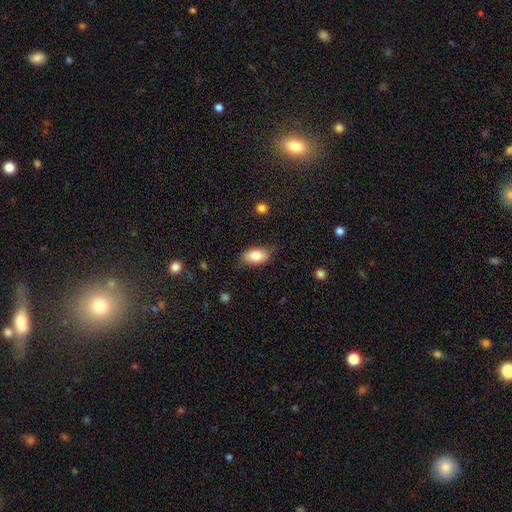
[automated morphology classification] Smooth or featured: smooth — 82% (featured or disk — 11%)
How rounded: in between — 92% (round — 5%)
Merging: none — 79% (minor disturbance — 16%)